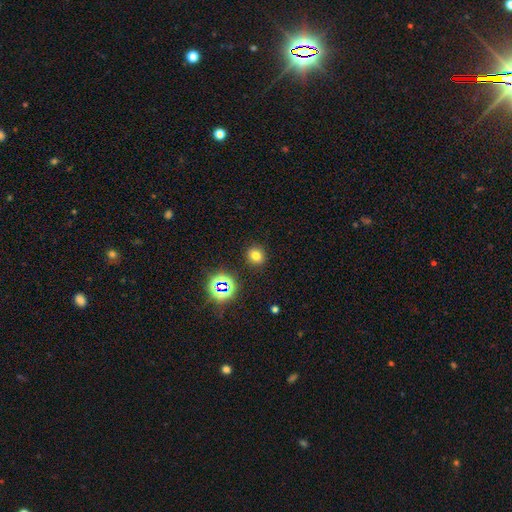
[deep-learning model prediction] Morphology: type=smooth (71%); roundness=round (79%); merging=none (88%).